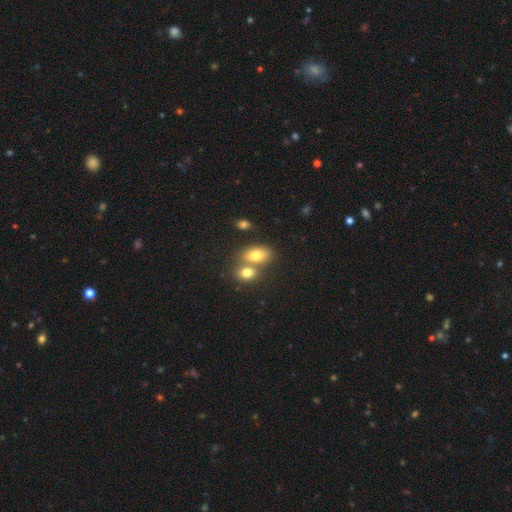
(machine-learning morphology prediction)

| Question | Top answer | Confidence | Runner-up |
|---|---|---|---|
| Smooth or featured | smooth | 77% | featured or disk (13%) |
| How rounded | in between | 83% | round (15%) |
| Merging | merger | 47% | none (41%) |